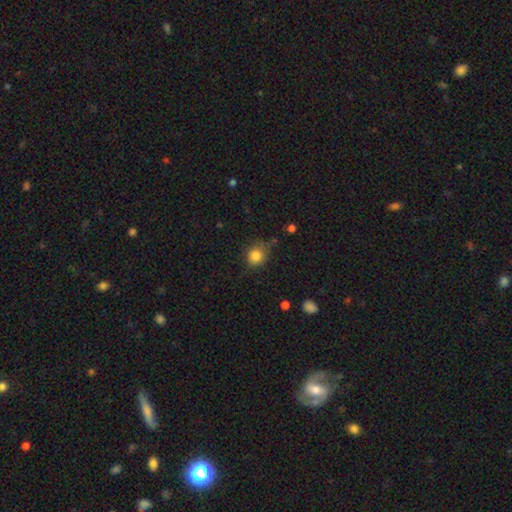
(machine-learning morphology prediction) Smooth or featured? Predicted: smooth (p=0.83). How rounded? Predicted: round (p=0.82). Merging? Predicted: none (p=0.71).